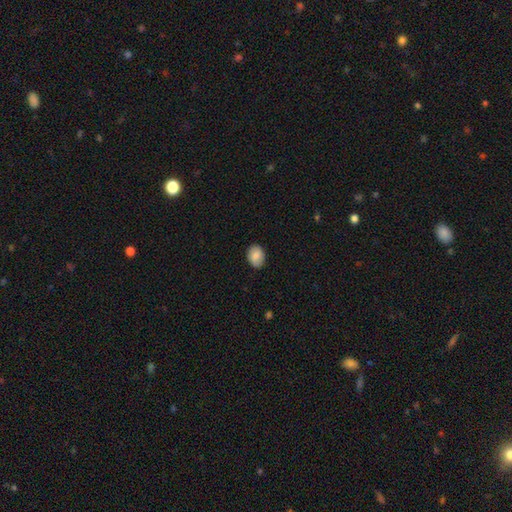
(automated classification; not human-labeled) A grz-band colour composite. It shows a smooth galaxy with no disk features (85%) that is in between round and cigar-shaped (71%). Merging: none (86%).